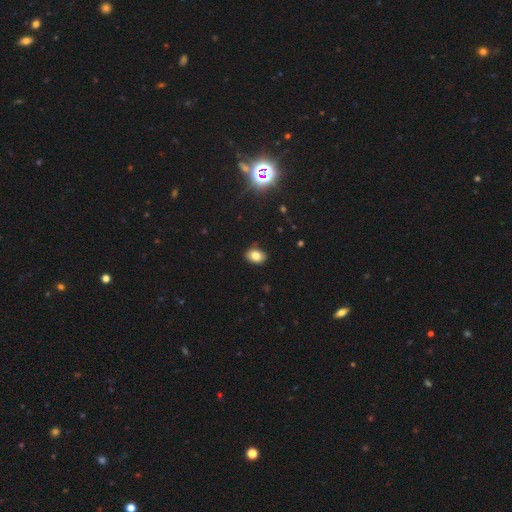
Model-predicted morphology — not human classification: A smooth galaxy with no disk features (80%) that is in between round and cigar-shaped (77%).

Vote fractions:
- Smooth or featured? smooth: 80% / star or artifact: 11% / featured or disk: 9%
- How rounded? in between: 77% / round: 21% / cigar-shaped: 1%
- Merging? none: 86% / minor disturbance: 11% / major disturbance: 2% / merger: 1%